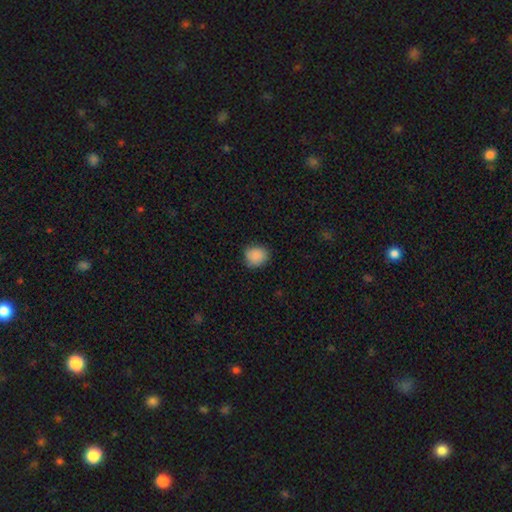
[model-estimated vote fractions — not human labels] smooth 88%, star or artifact 9%, featured or disk 3%. Down the decision tree: how rounded — round (69%); merging — none (82%).